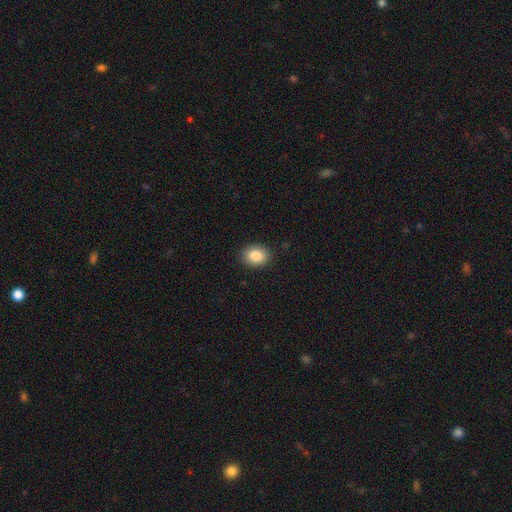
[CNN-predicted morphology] Smooth or featured: smooth — 87% (star or artifact — 8%)
How rounded: in between — 58% (round — 41%)
Merging: none — 88% (minor disturbance — 9%)